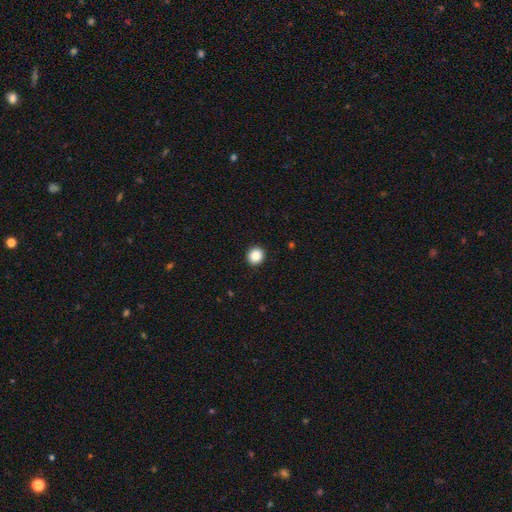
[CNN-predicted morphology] This is clearly a smooth galaxy (87%). How rounded: clearly round (88%). Merging: clearly none (93%).